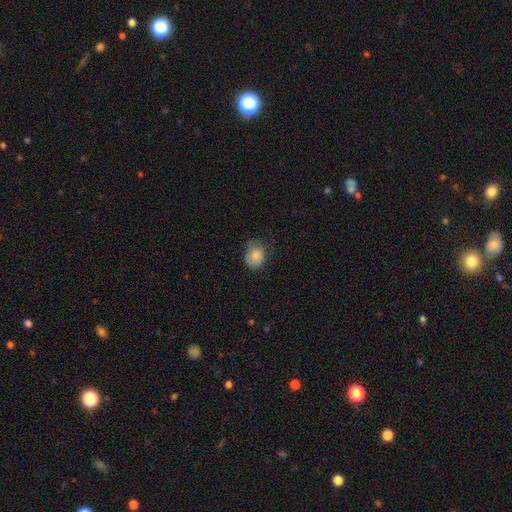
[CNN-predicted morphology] The model was most divided on "how rounded": in between: 53%, round: 46%, cigar-shaped: 1%. More confident: smooth or featured — smooth (83%); merging — none (60%).